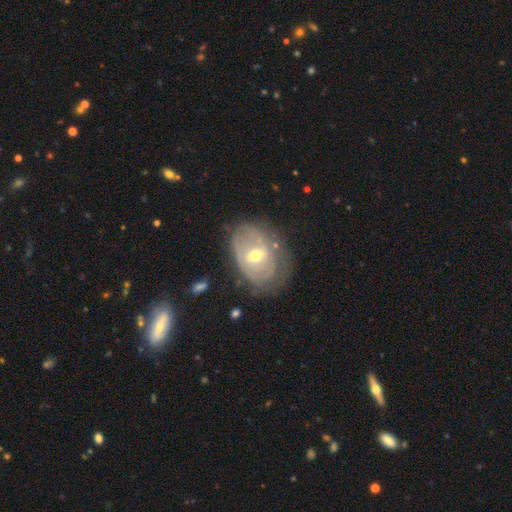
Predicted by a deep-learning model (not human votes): Smooth or featured?
  - featured or disk: 71% *
  - smooth: 22%
  - star or artifact: 7%
Edge-on disk?
  - no: 95% *
  - yes: 5%
Bar?
  - weak: 47% *
  - no: 39%
  - strong: 14%
Spiral arms?
  - yes: 65% *
  - no: 35%
Bulge size?
  - moderate: 57% *
  - small: 39%
  - large: 3%
  - none: 1%
  - dominant: 1%
Merging?
  - none: 56% *
  - minor disturbance: 27%
  - major disturbance: 14%
  - merger: 3%